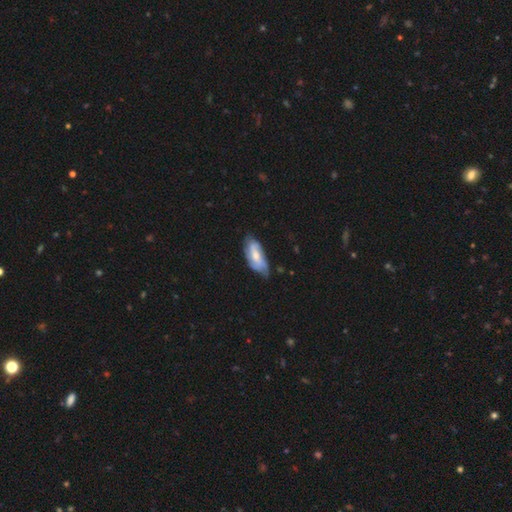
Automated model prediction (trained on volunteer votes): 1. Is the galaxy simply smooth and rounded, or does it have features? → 48% featured or disk, 46% smooth, 6% star or artifact.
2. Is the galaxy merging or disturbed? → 54% none, 34% minor disturbance, 10% major disturbance, 2% merger.